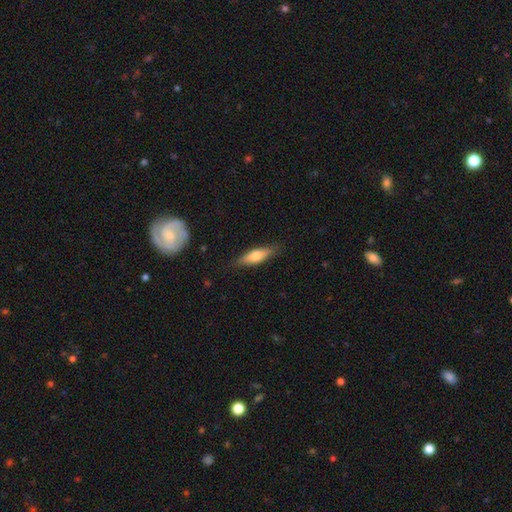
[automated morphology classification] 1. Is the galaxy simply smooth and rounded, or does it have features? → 63% smooth, 31% featured or disk, 6% star or artifact.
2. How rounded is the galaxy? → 52% cigar-shaped, 46% in between, 2% round.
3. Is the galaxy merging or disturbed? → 83% none, 13% minor disturbance, 3% major disturbance, 1% merger.